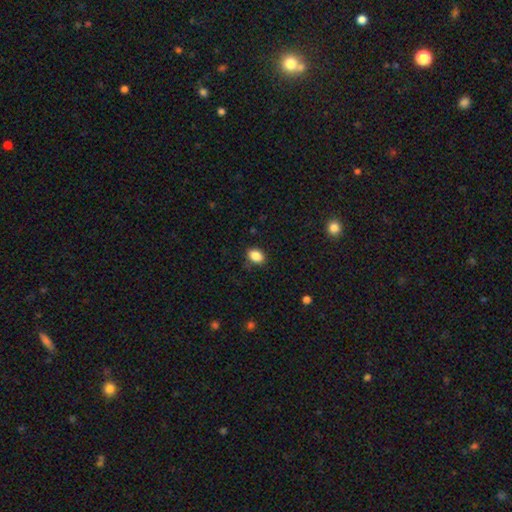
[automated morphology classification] smooth_or_featured: smooth (p=0.87) [alt: star or artifact p=0.09]
how_rounded: in between (p=0.78) [alt: round p=0.21]
merging: none (p=0.83) [alt: minor disturbance p=0.13]